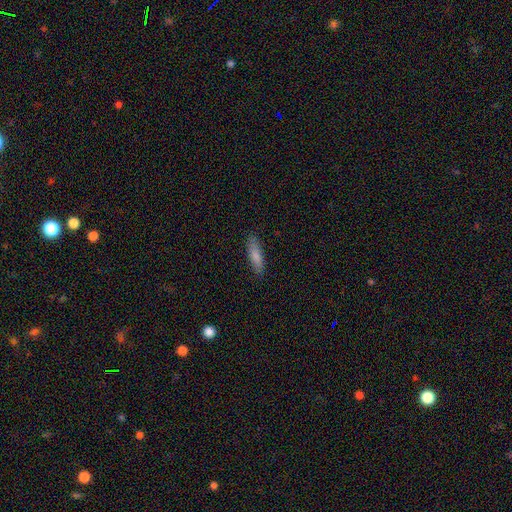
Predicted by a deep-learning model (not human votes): This is likely a smooth galaxy (80%). How rounded: possibly cigar-shaped (58%). Merging: clearly none (86%).